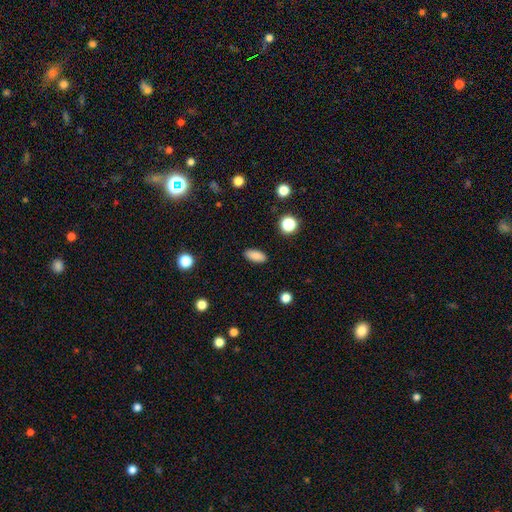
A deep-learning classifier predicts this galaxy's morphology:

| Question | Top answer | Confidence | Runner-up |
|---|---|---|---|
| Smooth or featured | smooth | 86% | star or artifact (9%) |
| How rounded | in between | 85% | cigar-shaped (11%) |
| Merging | none | 90% | minor disturbance (7%) |